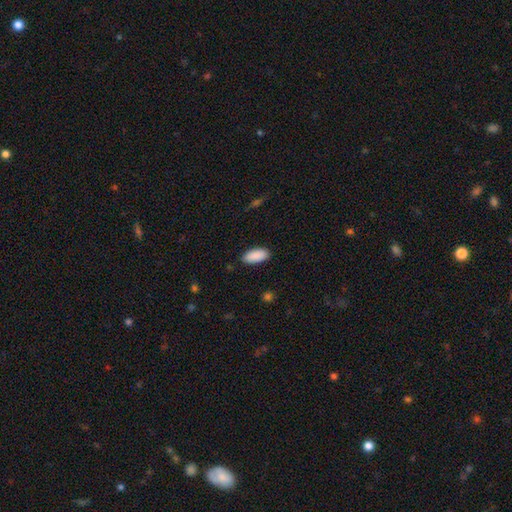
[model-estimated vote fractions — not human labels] Smooth or featured?
  - smooth: 91% *
  - star or artifact: 6%
  - featured or disk: 3%
How rounded?
  - in between: 90% *
  - cigar-shaped: 8%
  - round: 2%
Merging?
  - none: 87% *
  - minor disturbance: 10%
  - major disturbance: 2%
  - merger: 1%